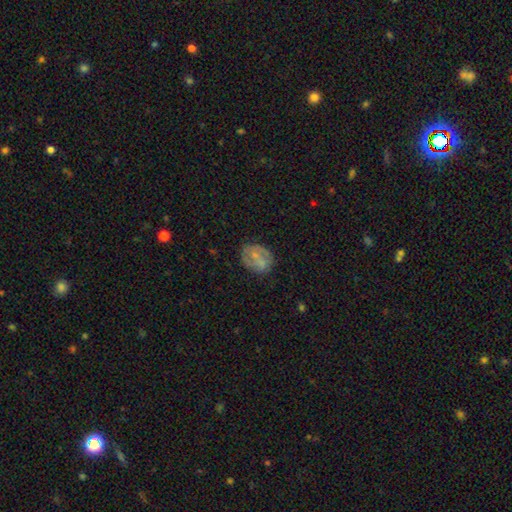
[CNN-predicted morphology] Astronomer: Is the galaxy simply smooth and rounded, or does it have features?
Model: featured or disk — 46% (runner-up: smooth, 45%).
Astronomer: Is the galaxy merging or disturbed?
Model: none — 69%.